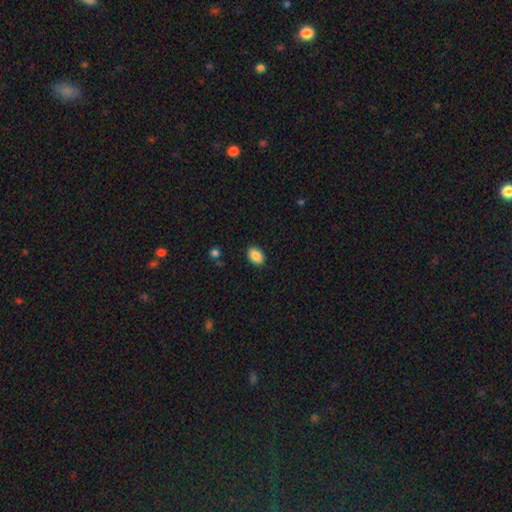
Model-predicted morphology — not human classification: A smooth galaxy with no disk features (89%) that is in between round and cigar-shaped (87%).

Vote fractions:
- Smooth or featured? smooth: 89% / star or artifact: 8% / featured or disk: 4%
- How rounded? in between: 87% / round: 12% / cigar-shaped: 1%
- Merging? none: 88% / minor disturbance: 9% / major disturbance: 2% / merger: 1%